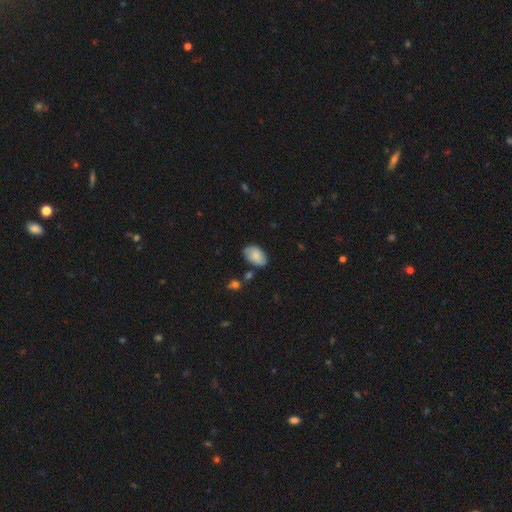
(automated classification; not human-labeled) This appears to be a smooth galaxy with no disk features (75%) that is in between round and cigar-shaped (92%). Merging: none (73%).